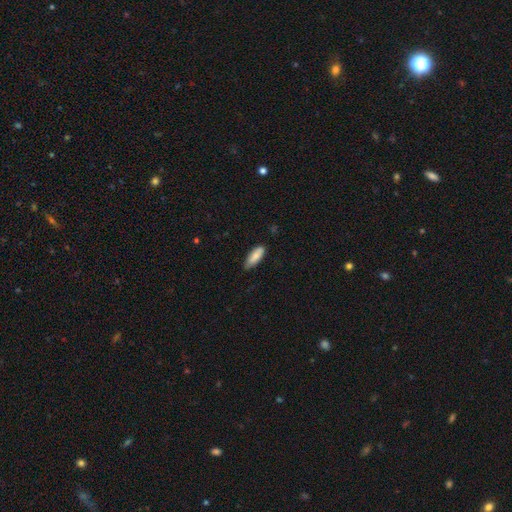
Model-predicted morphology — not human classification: Smooth or featured? Predicted: smooth (p=0.83). How rounded? Predicted: in between (p=0.65). Merging? Predicted: none (p=0.78).